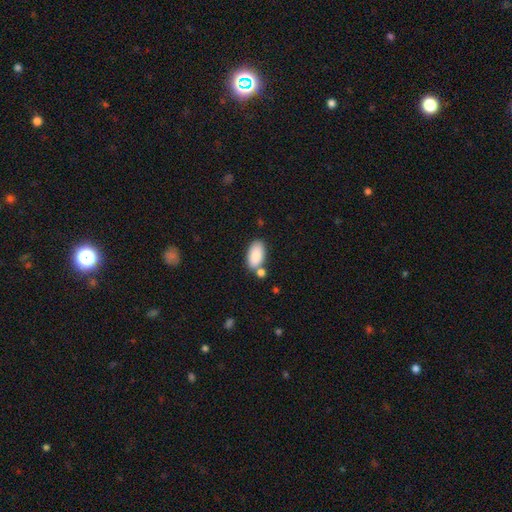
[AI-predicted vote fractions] Smooth or featured? Predicted: smooth (p=0.88). How rounded? Predicted: in between (p=0.94). Merging? Predicted: none (p=0.67).